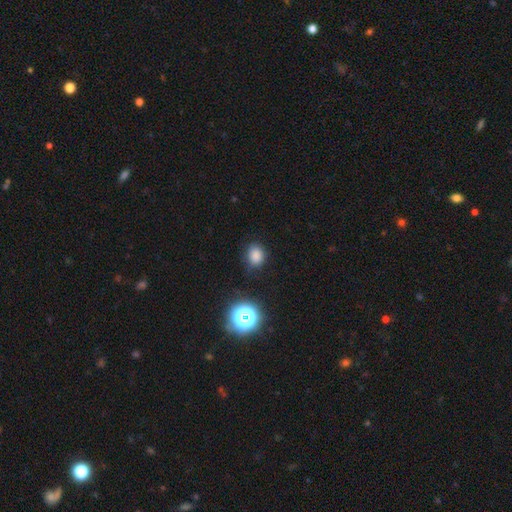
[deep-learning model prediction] Overall: smooth (80%). How rounded: round (65%; in between 34%). Merging: none (81%).